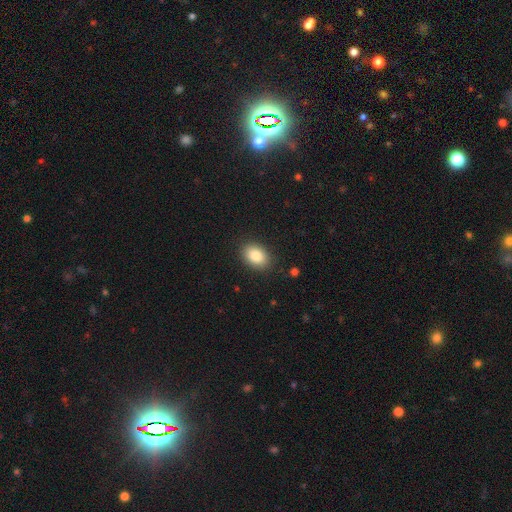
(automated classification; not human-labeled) Morphology: type=smooth (84%); roundness=in between (77%); merging=none (88%).